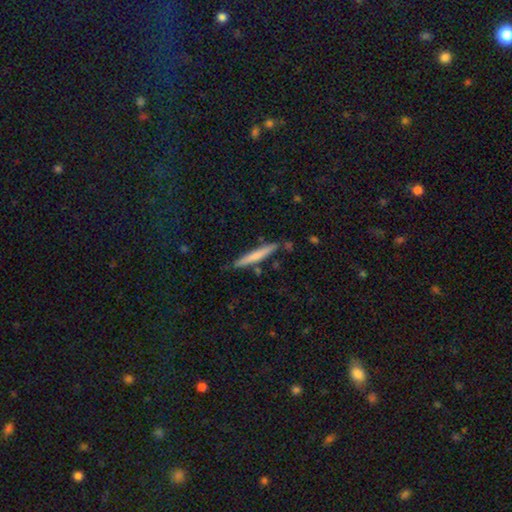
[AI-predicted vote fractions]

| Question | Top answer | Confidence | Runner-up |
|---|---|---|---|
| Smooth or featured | smooth | 67% | featured or disk (28%) |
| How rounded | cigar-shaped | 95% | in between (4%) |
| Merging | none | 84% | minor disturbance (11%) |